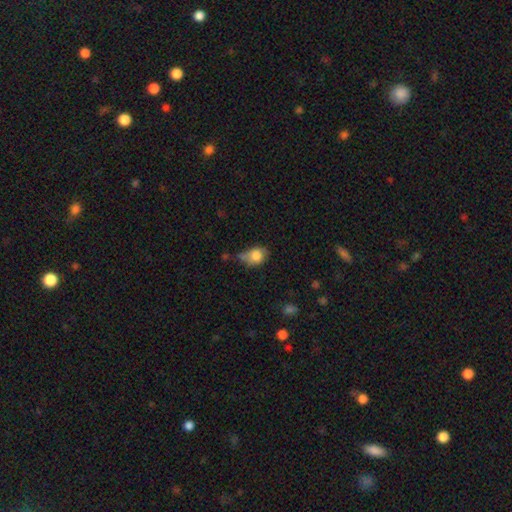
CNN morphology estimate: Smooth or featured?
  - smooth: 80% *
  - featured or disk: 11%
  - star or artifact: 9%
How rounded?
  - in between: 62% *
  - round: 37%
  - cigar-shaped: 2%
Merging?
  - minor disturbance: 38% *
  - none: 34%
  - major disturbance: 16%
  - merger: 12%